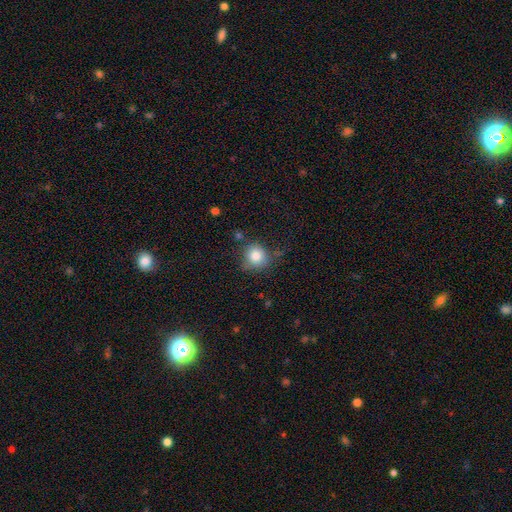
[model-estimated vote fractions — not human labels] smooth-or-featured: smooth: 82% | star or artifact: 10% | featured or disk: 8%
  how-rounded: round: 86% | in between: 14% | cigar-shaped: 1%
  merging: none: 69% | minor disturbance: 20% | major disturbance: 6% | merger: 4%